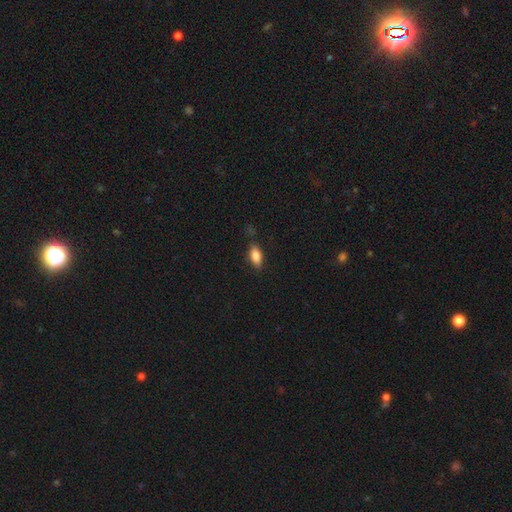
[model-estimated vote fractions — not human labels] Morphology: type=smooth (83%); roundness=in between (81%); merging=none (78%).